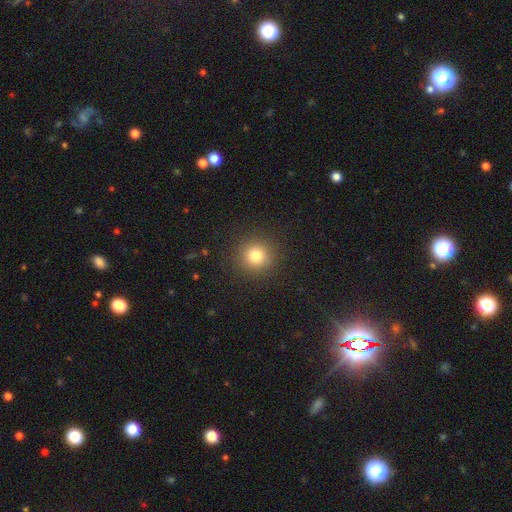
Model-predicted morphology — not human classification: A smooth galaxy with no disk features (80%) that is round (94%).

Vote fractions:
- Smooth or featured? smooth: 80% / star or artifact: 14% / featured or disk: 7%
- How rounded? round: 94% / in between: 6% / cigar-shaped: 1%
- Merging? none: 90% / minor disturbance: 6% / major disturbance: 3% / merger: 1%